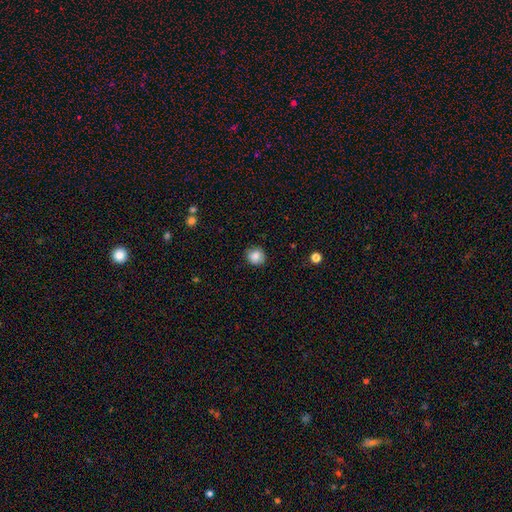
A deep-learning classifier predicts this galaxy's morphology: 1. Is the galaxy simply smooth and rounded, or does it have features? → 85% smooth, 9% star or artifact, 6% featured or disk.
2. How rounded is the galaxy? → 86% round, 14% in between, 1% cigar-shaped.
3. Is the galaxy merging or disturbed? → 85% none, 11% minor disturbance, 2% major disturbance, 1% merger.